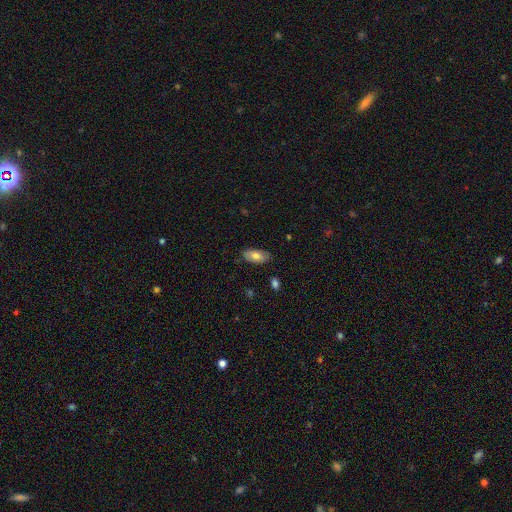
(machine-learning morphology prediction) Smooth or featured: smooth — 74% (featured or disk — 19%)
How rounded: in between — 90% (cigar-shaped — 7%)
Merging: none — 83% (minor disturbance — 13%)